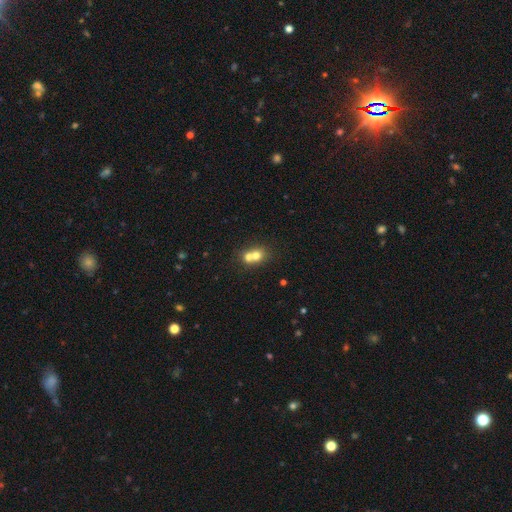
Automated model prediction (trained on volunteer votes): smooth 68%, featured or disk 21%, star or artifact 11%. Down the decision tree: how rounded — round (69%); merging — merger (67%).